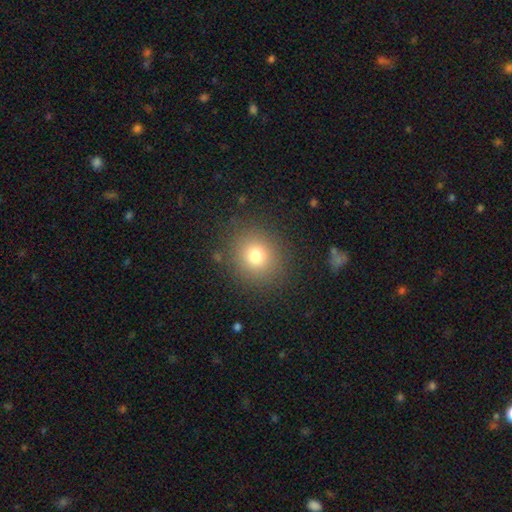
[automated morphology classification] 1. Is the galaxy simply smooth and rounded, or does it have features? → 76% smooth, 15% star or artifact, 9% featured or disk.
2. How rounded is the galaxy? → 84% round, 15% in between, 1% cigar-shaped.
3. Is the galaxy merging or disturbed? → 87% none, 8% minor disturbance, 4% major disturbance, 1% merger.